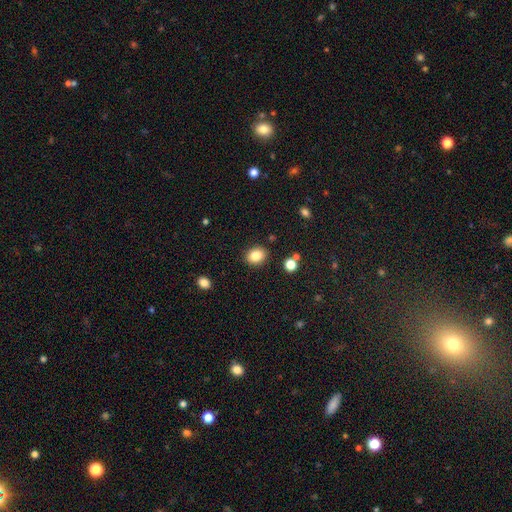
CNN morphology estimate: A smooth galaxy with no disk features (84%) that is round (53%). Merging: none (88%).